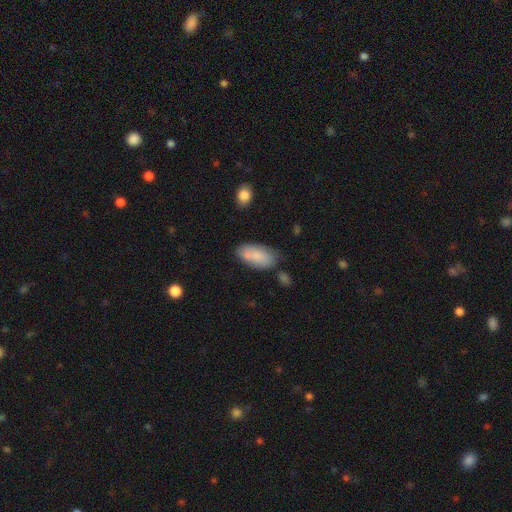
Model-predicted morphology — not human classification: Overall: smooth (80%). How rounded: in between (92%). Merging: none (60%; minor disturbance 22%).